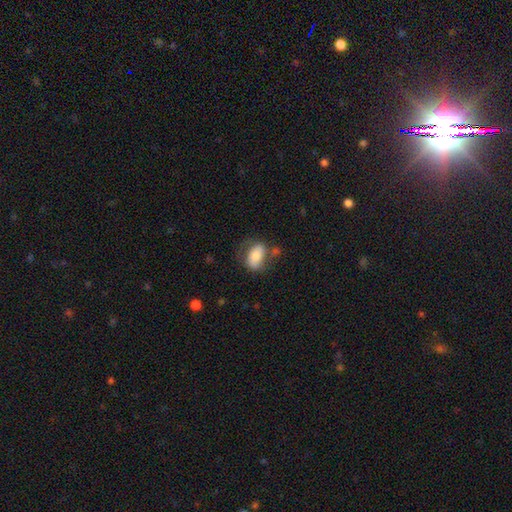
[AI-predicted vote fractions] This is likely a smooth galaxy (72%). How rounded: clearly in between (90%). Merging: possibly none (50%).